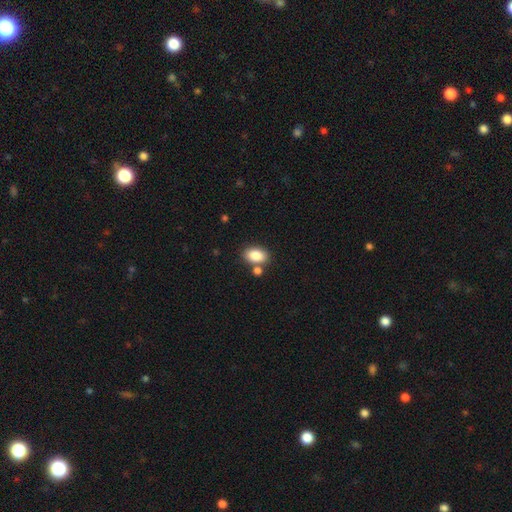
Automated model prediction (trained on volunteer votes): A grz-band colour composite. It shows a smooth galaxy with no disk features (85%) that is in between round and cigar-shaped (85%). Merging: none (69%).